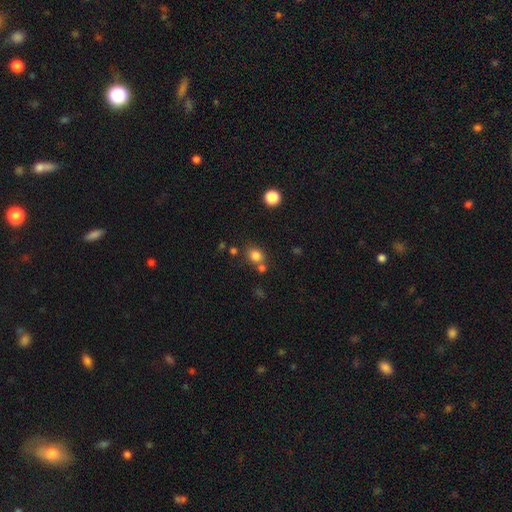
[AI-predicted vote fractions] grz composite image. It shows a smooth galaxy with no disk features (80%) that is round (67%). Merging: none (65%).